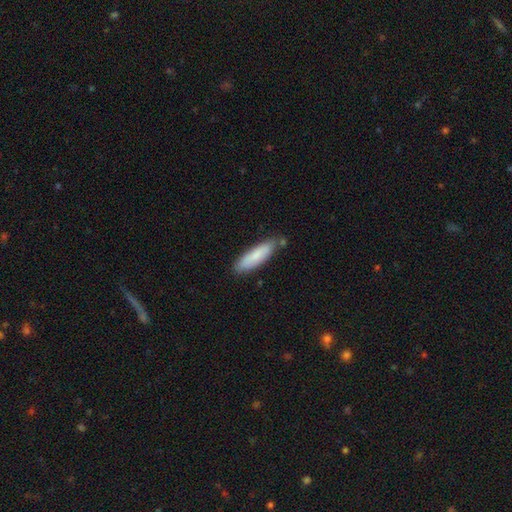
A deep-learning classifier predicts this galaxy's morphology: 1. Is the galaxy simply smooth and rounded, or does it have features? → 77% smooth, 17% featured or disk, 6% star or artifact.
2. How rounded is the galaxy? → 60% cigar-shaped, 38% in between, 1% round.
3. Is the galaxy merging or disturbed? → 74% none, 18% minor disturbance, 5% merger, 3% major disturbance.